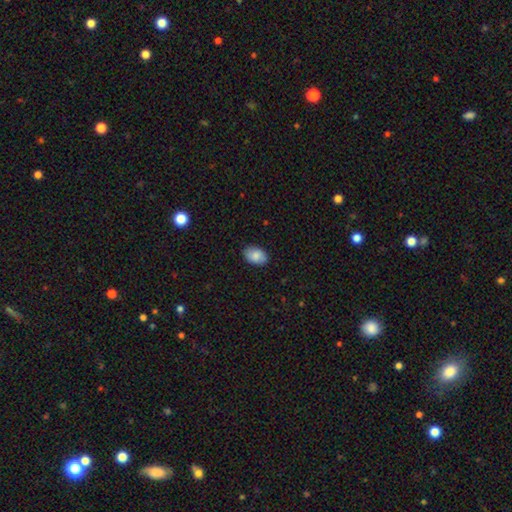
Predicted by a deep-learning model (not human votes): smooth-or-featured: smooth: 86% | featured or disk: 7% | star or artifact: 7%
  how-rounded: in between: 89% | round: 10% | cigar-shaped: 1%
  merging: none: 87% | minor disturbance: 10% | major disturbance: 2% | merger: 1%